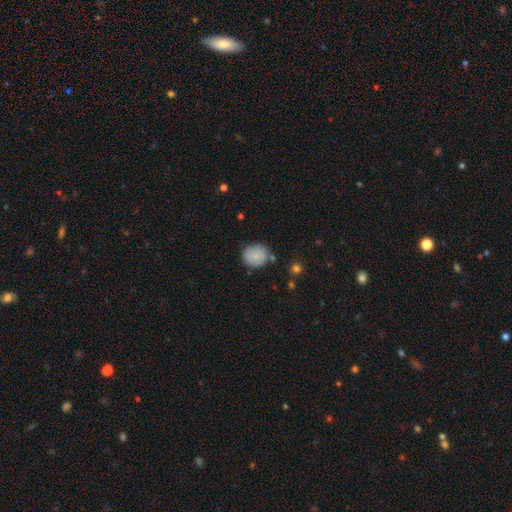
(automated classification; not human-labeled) Smooth or featured? Predicted: smooth (p=0.84). How rounded? Predicted: round (p=0.71). Merging? Predicted: none (p=0.77).